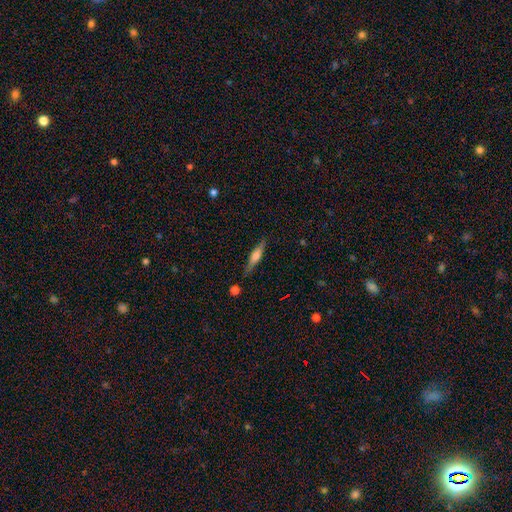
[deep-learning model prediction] The model was most divided on "smooth or featured": featured or disk: 48%, smooth: 45%, star or artifact: 7%. More confident: merging — none (84%).